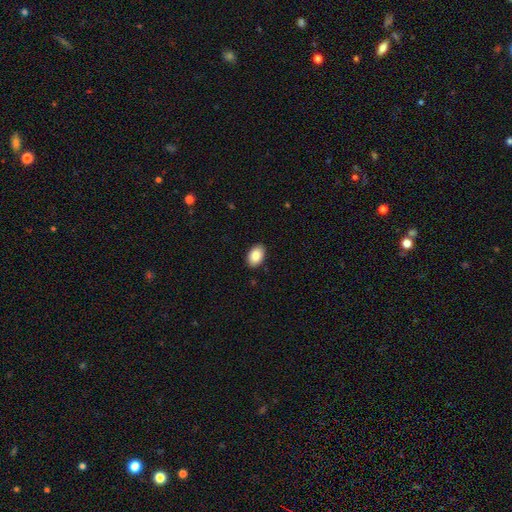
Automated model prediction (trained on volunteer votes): Smooth or featured: smooth — 87% (star or artifact — 7%)
How rounded: in between — 89% (round — 10%)
Merging: none — 89% (minor disturbance — 8%)